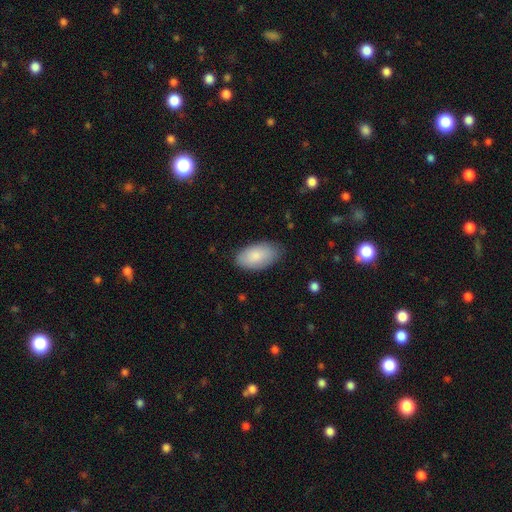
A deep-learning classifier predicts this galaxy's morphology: Smooth or featured? Predicted: smooth (p=0.84). How rounded? Predicted: in between (p=0.95). Merging? Predicted: none (p=0.79).